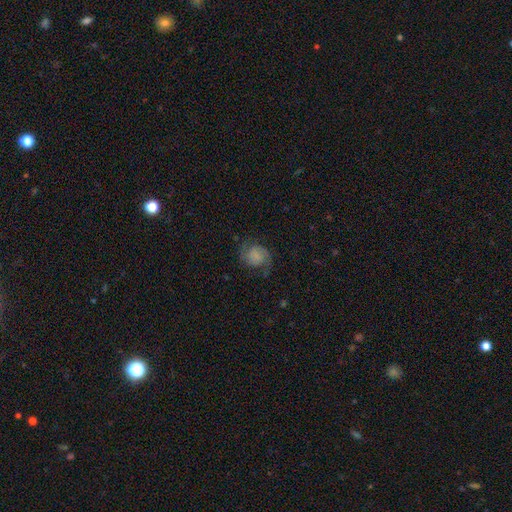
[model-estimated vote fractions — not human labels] Morphology: type=featured or disk (58%); edge-on=no (98%); bar=no (68%); spiral arms=yes (93%); winding=medium (47%); arm count=2 (89%); bulge=none (55%); merging=none (67%).